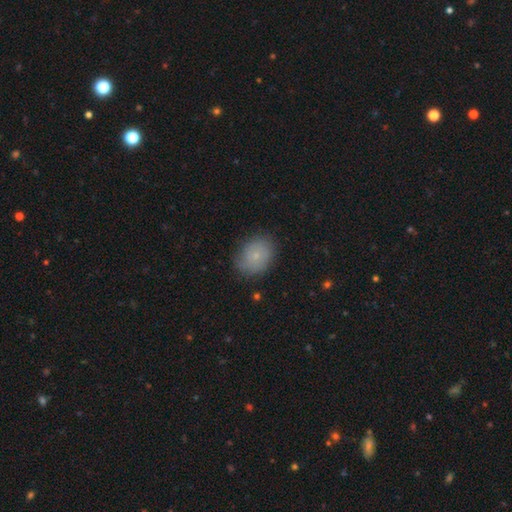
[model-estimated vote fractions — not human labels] smooth 67%, featured or disk 23%, star or artifact 10%. Down the decision tree: how rounded — in between (53%); merging — none (75%).